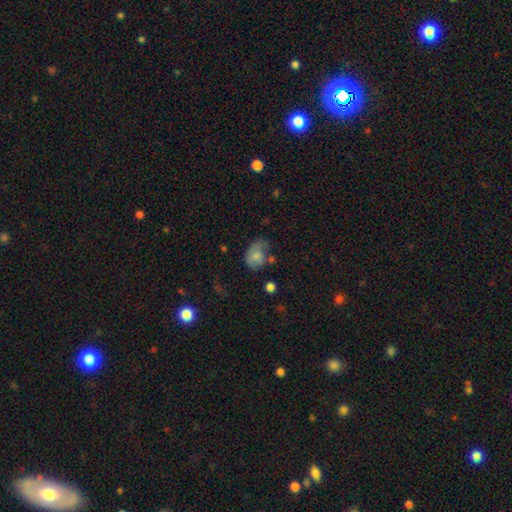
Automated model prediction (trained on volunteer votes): This appears to be a smooth galaxy with no disk features (74%) that is in between round and cigar-shaped (66%). Merging: none (34%).